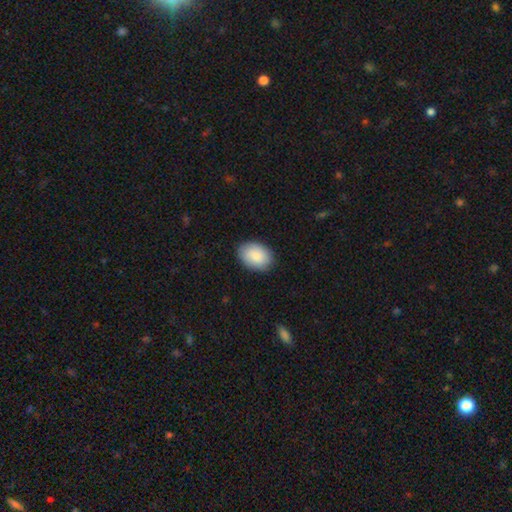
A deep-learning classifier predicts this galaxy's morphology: Overall: smooth (88%). How rounded: in between (84%). Merging: none (87%).